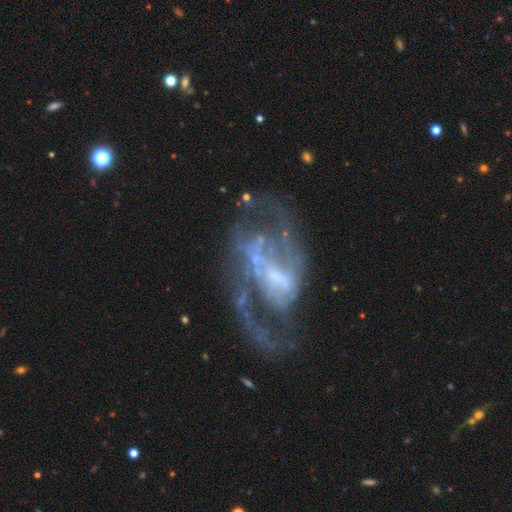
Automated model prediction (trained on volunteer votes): featured or disk 79%, star or artifact 11%, smooth 10%. Down the decision tree: edge-on disk — no (96%); bar — no (43%); spiral arms — yes (66%); spiral arm count — 2 (44%); spiral winding — loose (51%); bulge size — none (40%); merging — major disturbance (43%).